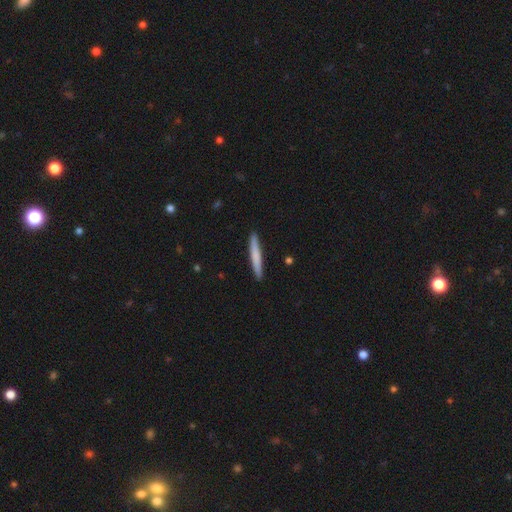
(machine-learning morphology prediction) smooth_or_featured: smooth (p=0.68) [alt: featured or disk p=0.28]
how_rounded: cigar-shaped (p=0.96) [alt: in between p=0.02]
merging: none (p=0.91) [alt: minor disturbance p=0.06]